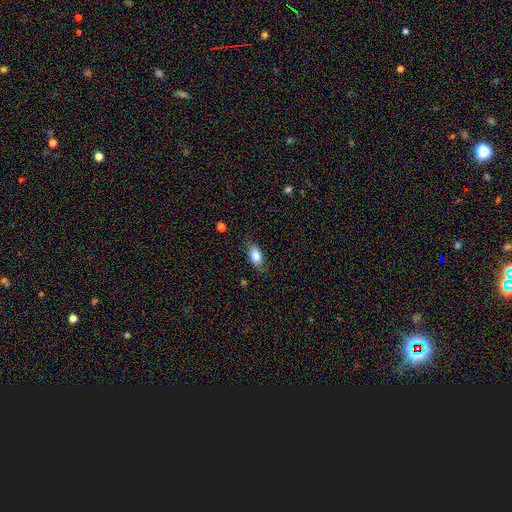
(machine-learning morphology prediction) Smooth or featured: smooth — 82% (featured or disk — 10%)
How rounded: in between — 86% (cigar-shaped — 9%)
Merging: none — 80% (minor disturbance — 15%)